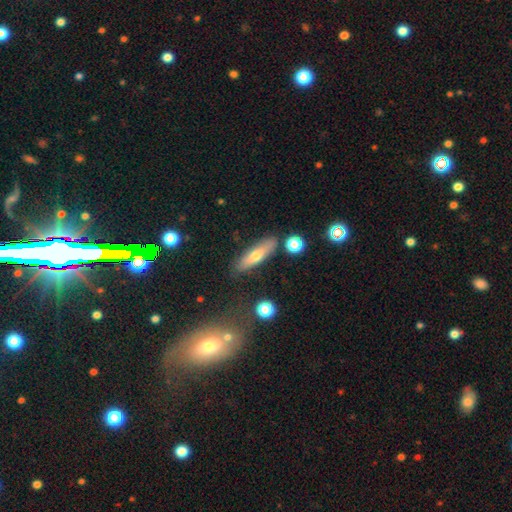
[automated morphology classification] A smooth galaxy with no disk features (59%) that is cigar-shaped (67%). Merging: none (82%).